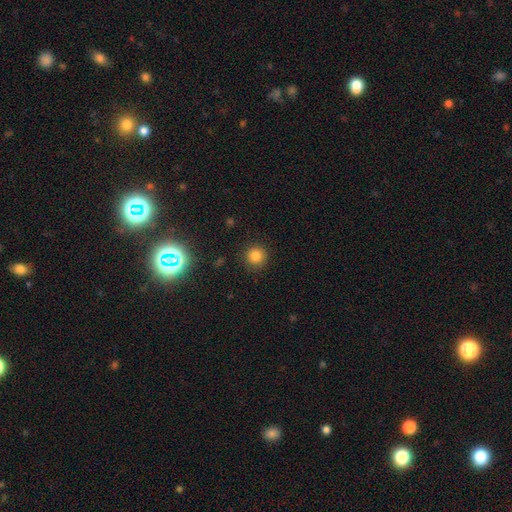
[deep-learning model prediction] The model was most divided on "smooth or featured": smooth: 81%, star or artifact: 13%, featured or disk: 6%. More confident: how rounded — round (93%); merging — none (89%).